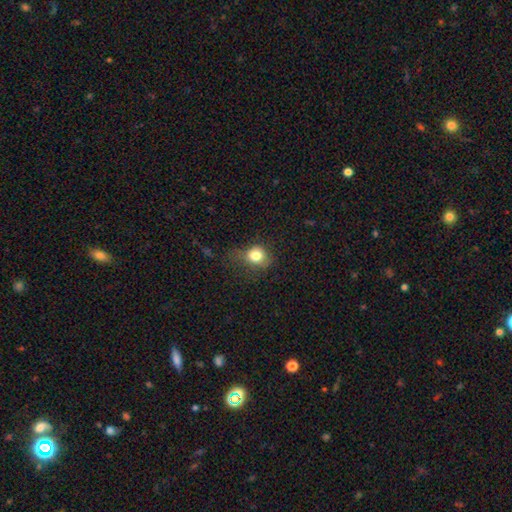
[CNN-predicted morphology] smooth_or_featured: smooth (p=0.79) [alt: star or artifact p=0.12]
how_rounded: round (p=0.67) [alt: in between p=0.32]
merging: none (p=0.51) [alt: minor disturbance p=0.30]